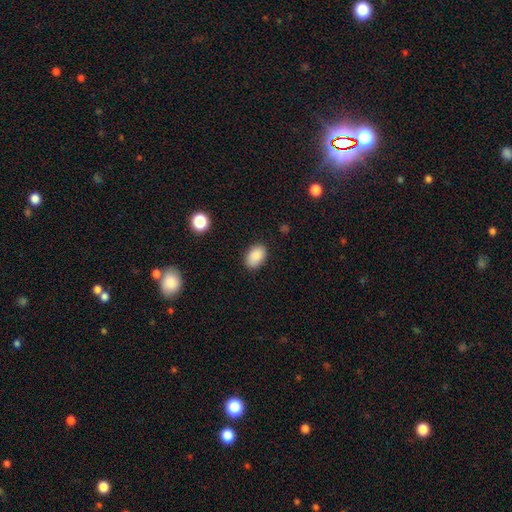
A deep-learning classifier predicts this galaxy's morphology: smooth_or_featured: smooth (p=0.88) [alt: star or artifact p=0.08]
how_rounded: in between (p=0.88) [alt: round p=0.10]
merging: none (p=0.85) [alt: minor disturbance p=0.11]